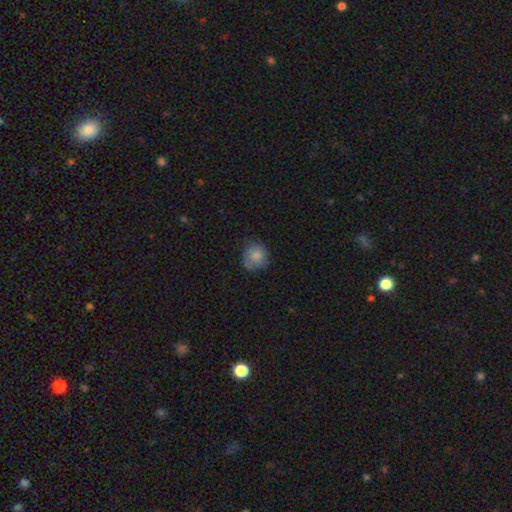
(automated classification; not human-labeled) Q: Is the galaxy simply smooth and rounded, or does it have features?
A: smooth — 77%.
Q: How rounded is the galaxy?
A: round — 83%.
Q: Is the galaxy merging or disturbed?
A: none — 67%.